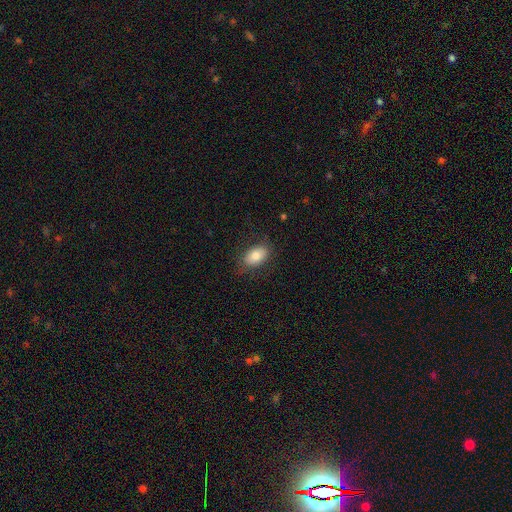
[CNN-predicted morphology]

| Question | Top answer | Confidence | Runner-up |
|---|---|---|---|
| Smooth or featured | smooth | 80% | featured or disk (12%) |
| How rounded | in between | 90% | round (8%) |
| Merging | none | 80% | minor disturbance (14%) |